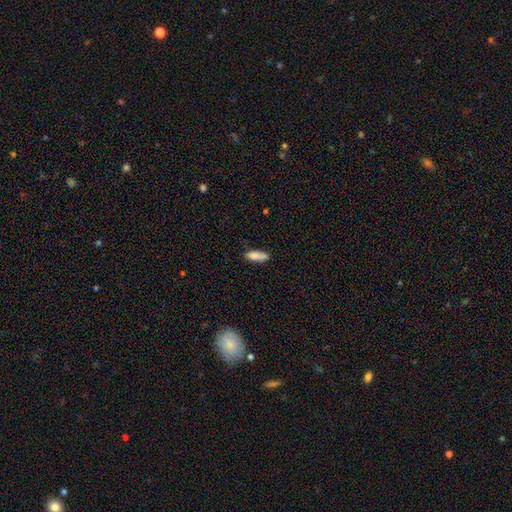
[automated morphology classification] The model was most divided on "how rounded": in between: 58%, cigar-shaped: 40%, round: 2%. More confident: smooth or featured — smooth (82%); merging — none (68%).